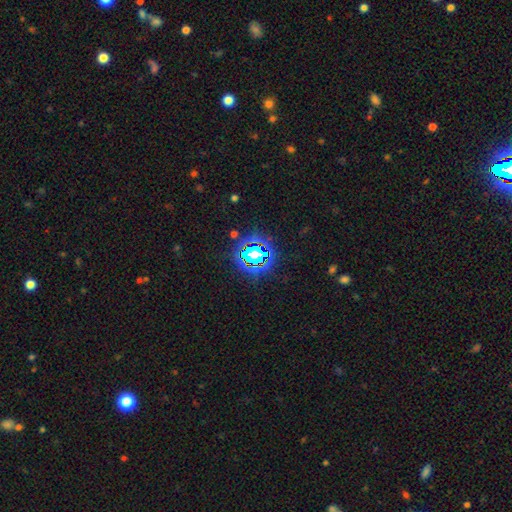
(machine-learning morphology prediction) A star or artifact, not a galaxy (64%).

Vote fractions:
- Smooth or featured? star or artifact: 64% / smooth: 23% / featured or disk: 13%